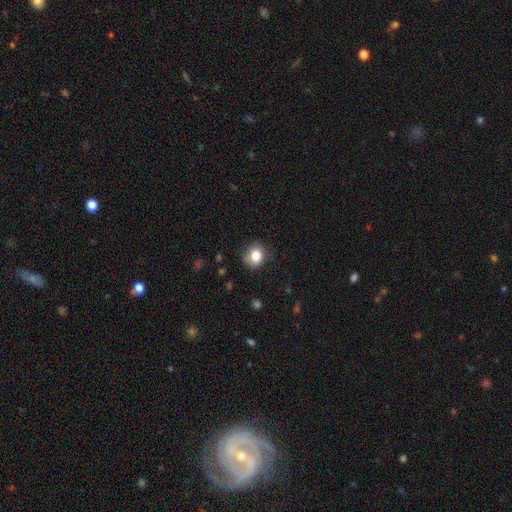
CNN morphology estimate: A smooth galaxy with no disk features (81%) that is round (70%).

Vote fractions:
- Smooth or featured? smooth: 81% / star or artifact: 10% / featured or disk: 8%
- How rounded? round: 70% / in between: 29% / cigar-shaped: 1%
- Merging? none: 79% / minor disturbance: 16% / major disturbance: 4% / merger: 1%